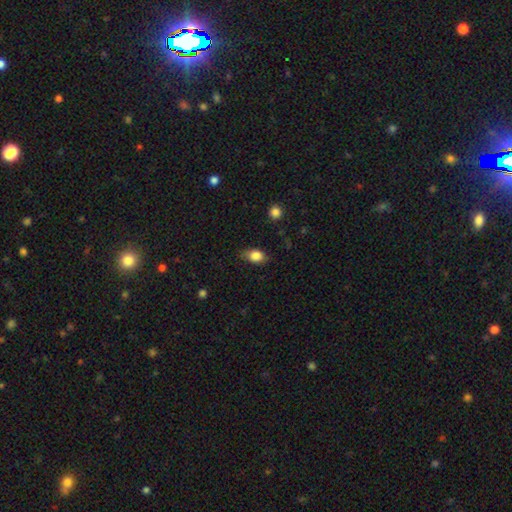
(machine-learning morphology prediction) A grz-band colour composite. It shows a smooth galaxy with no disk features (84%) that is in between round and cigar-shaped (77%). Merging: none (74%).